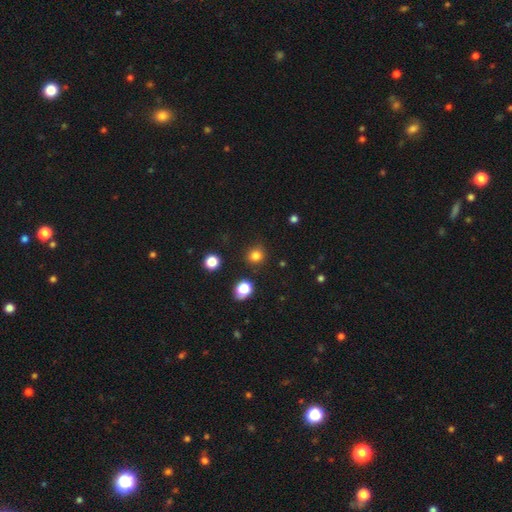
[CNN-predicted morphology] smooth 81%, star or artifact 15%, featured or disk 4%. Down the decision tree: how rounded — round (90%); merging — none (87%).